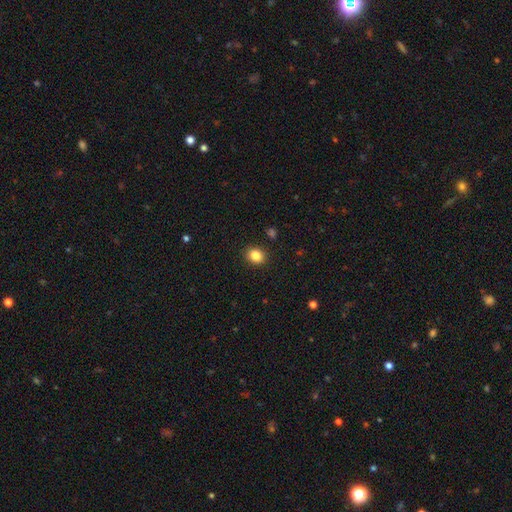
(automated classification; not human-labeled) Smooth or featured: smooth — 84% (star or artifact — 10%)
How rounded: round — 63% (in between — 36%)
Merging: none — 90% (minor disturbance — 6%)